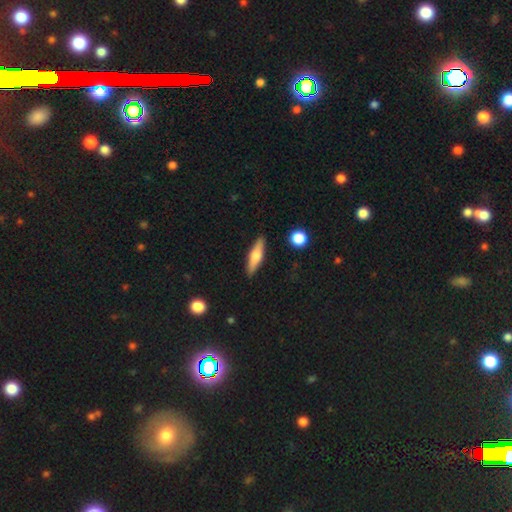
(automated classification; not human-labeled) Overall: smooth (51%; featured or disk 42%). How rounded: cigar-shaped (70%). Merging: none (89%).